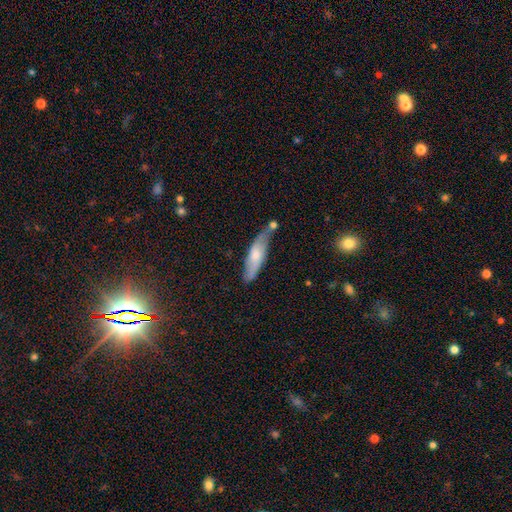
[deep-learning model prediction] Q: Smooth or featured?
A: smooth (57%); runner-up: featured or disk (37%)
Q: How rounded?
A: cigar-shaped (64%); runner-up: in between (34%)
Q: Merging?
A: none (53%); runner-up: minor disturbance (25%)